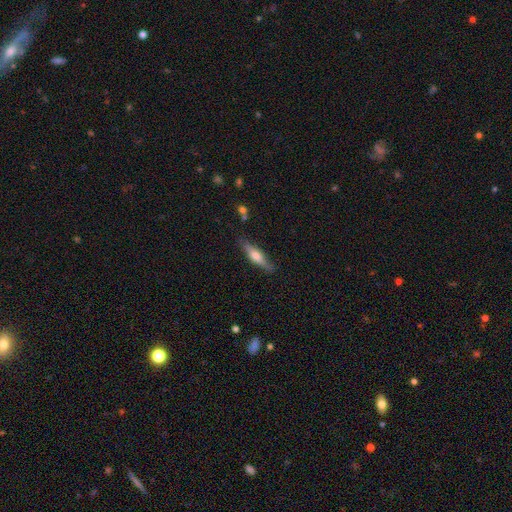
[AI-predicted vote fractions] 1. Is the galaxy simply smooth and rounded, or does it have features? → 49% featured or disk, 45% smooth, 6% star or artifact.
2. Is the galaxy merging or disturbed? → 83% none, 12% minor disturbance, 3% major disturbance, 2% merger.